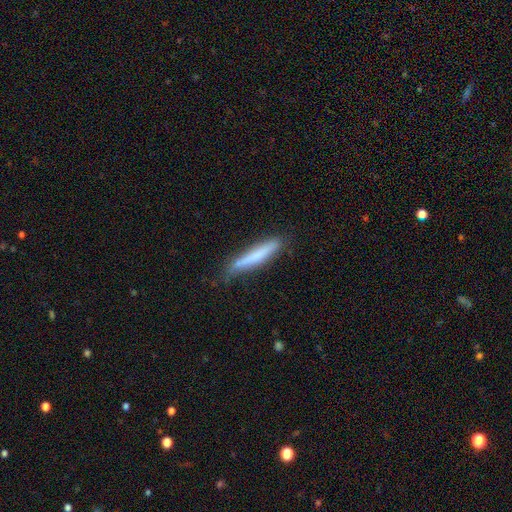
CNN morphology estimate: A smooth galaxy with no disk features (69%) that is cigar-shaped (94%).

Vote fractions:
- Smooth or featured? smooth: 69% / featured or disk: 25% / star or artifact: 6%
- How rounded? cigar-shaped: 94% / in between: 5% / round: 1%
- Merging? none: 75% / minor disturbance: 20% / major disturbance: 3% / merger: 2%